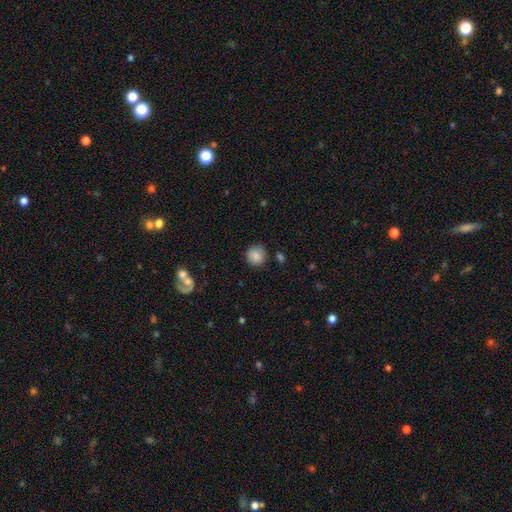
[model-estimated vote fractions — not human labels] smooth-or-featured: smooth: 87% | star or artifact: 8% | featured or disk: 4%
  how-rounded: round: 92% | in between: 7% | cigar-shaped: 1%
  merging: none: 85% | minor disturbance: 10% | merger: 3% | major disturbance: 3%